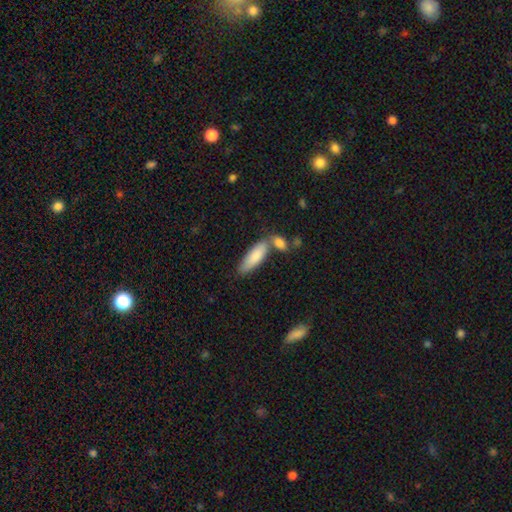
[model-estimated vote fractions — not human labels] smooth 83%, featured or disk 12%, star or artifact 5%. Down the decision tree: how rounded — in between (52%); merging — none (54%).